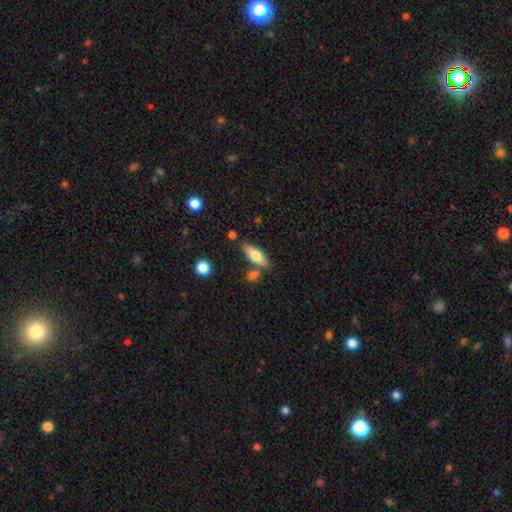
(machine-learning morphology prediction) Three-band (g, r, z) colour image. It shows a smooth galaxy with no disk features (61%) that is in between round and cigar-shaped (55%). Merging: none (74%).